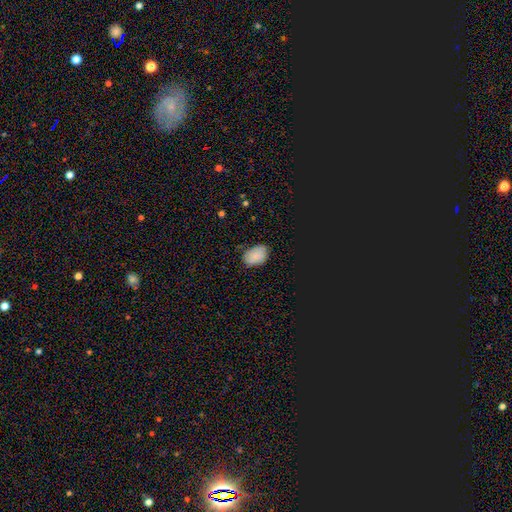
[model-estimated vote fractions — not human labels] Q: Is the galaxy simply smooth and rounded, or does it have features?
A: smooth — 79%.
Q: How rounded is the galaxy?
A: in between — 86%.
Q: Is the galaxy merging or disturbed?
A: none — 69%.